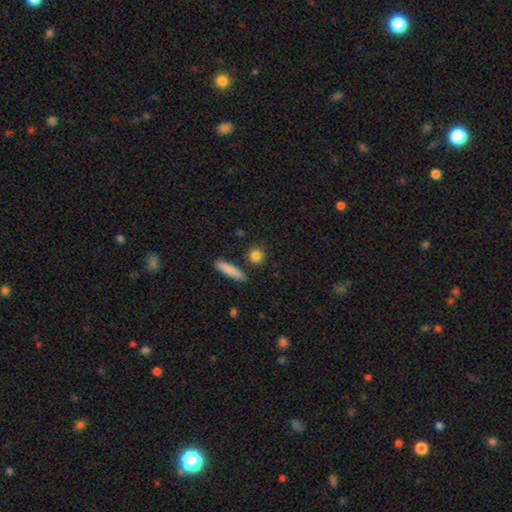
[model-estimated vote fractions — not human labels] Smooth or featured? smooth (85%)
How rounded? round (73%)
Merging? none (84%)